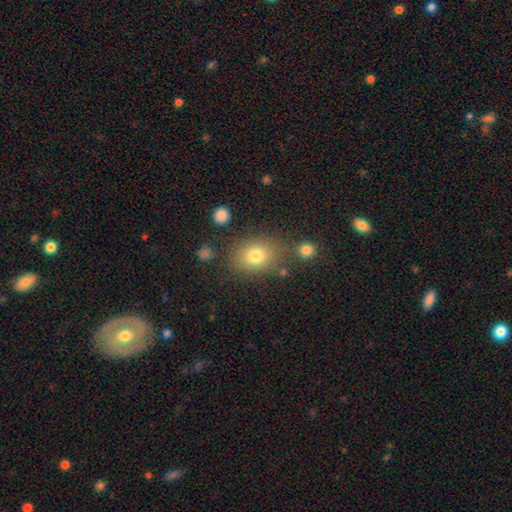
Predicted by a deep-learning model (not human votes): Morphology: type=smooth (78%); roundness=in between (51%); merging=none (74%).